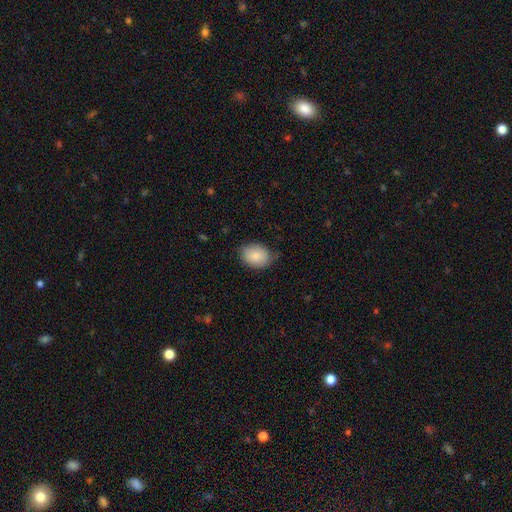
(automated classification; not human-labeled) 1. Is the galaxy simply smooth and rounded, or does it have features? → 85% smooth, 8% featured or disk, 7% star or artifact.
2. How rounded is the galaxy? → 65% in between, 34% round, 1% cigar-shaped.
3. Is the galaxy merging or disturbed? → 73% none, 22% minor disturbance, 4% major disturbance, 1% merger.